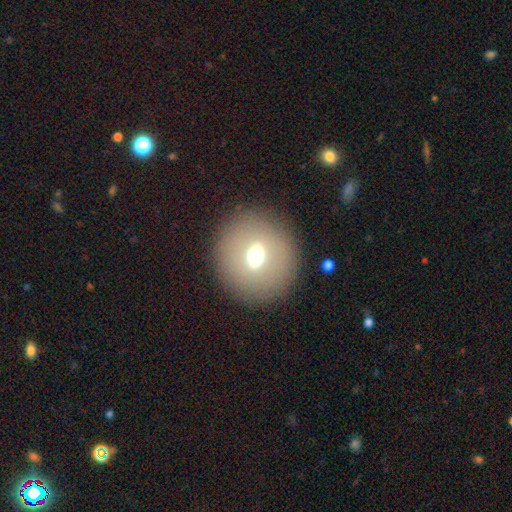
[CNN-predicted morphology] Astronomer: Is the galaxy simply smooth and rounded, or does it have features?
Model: smooth — 55% (runner-up: featured or disk, 32%).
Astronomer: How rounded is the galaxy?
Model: round — 81%.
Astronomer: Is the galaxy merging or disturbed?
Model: none — 87%.